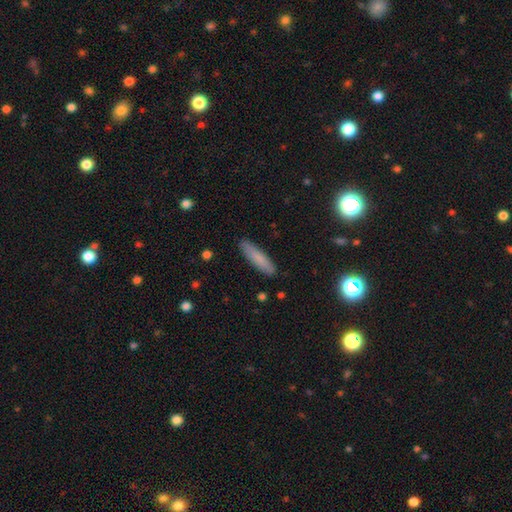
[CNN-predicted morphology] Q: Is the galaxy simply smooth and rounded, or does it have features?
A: smooth — 83%.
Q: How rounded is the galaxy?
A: cigar-shaped — 78%.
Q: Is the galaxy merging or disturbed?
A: none — 87%.